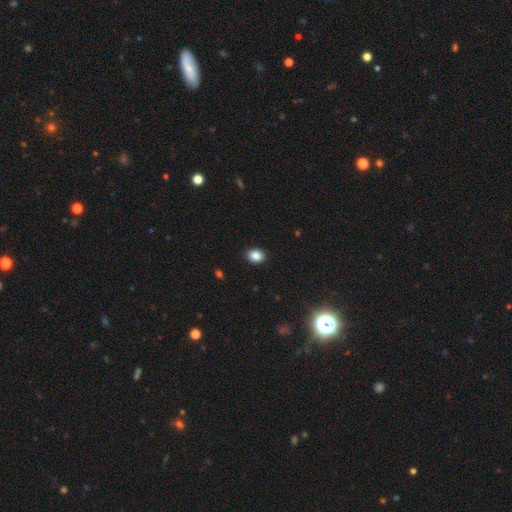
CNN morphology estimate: Smooth or featured: smooth — 86% (star or artifact — 10%)
How rounded: round — 52% (in between — 47%)
Merging: none — 91% (minor disturbance — 6%)